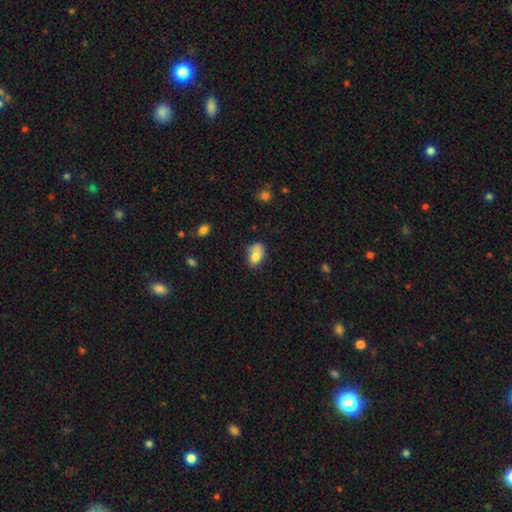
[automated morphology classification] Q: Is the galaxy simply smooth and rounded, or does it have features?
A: smooth — 76%.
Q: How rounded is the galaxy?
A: in between — 82%.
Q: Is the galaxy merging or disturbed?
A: none — 45%.